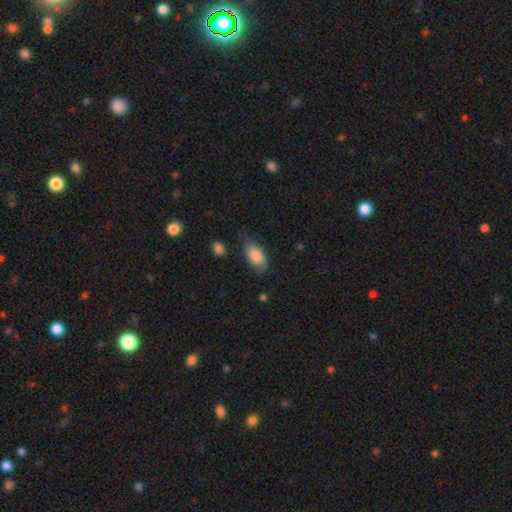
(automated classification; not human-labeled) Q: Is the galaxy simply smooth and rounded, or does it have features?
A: smooth — 83%.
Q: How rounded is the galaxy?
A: in between — 92%.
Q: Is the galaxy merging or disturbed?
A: none — 55%.